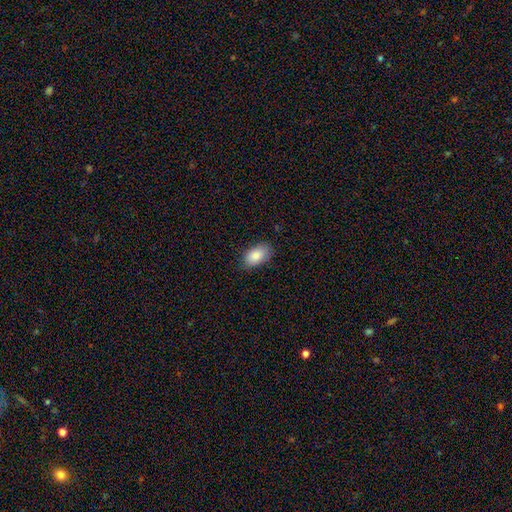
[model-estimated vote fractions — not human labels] The model was most divided on "merging": none: 81%, minor disturbance: 15%, major disturbance: 3%, merger: 1%. More confident: how rounded — in between (94%); smooth or featured — smooth (87%).